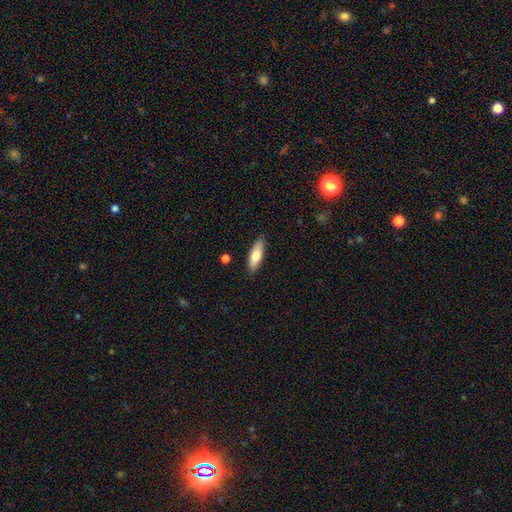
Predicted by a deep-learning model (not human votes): Q: Smooth or featured?
A: smooth (74%); runner-up: featured or disk (20%)
Q: How rounded?
A: in between (55%); runner-up: cigar-shaped (43%)
Q: Merging?
A: none (87%); runner-up: minor disturbance (10%)